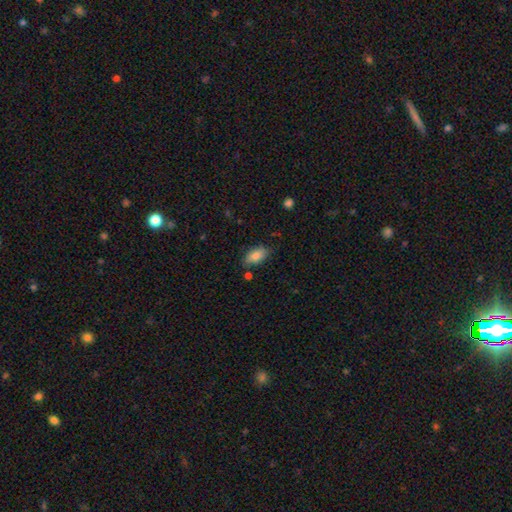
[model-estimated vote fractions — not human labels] smooth 84%, featured or disk 9%, star or artifact 7%. Down the decision tree: how rounded — in between (91%); merging — none (76%).